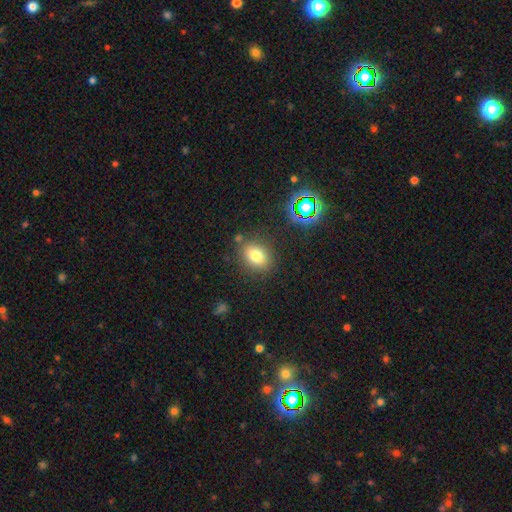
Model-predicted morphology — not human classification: Overall: smooth (78%). How rounded: in between (56%; round 43%). Merging: none (81%).